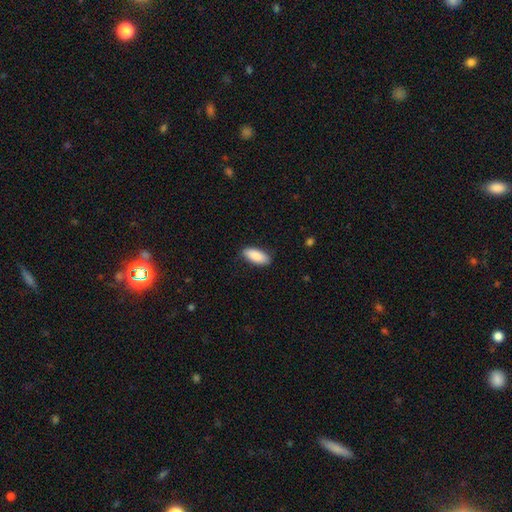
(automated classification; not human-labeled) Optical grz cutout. It shows a smooth galaxy with no disk features (88%) that is in between round and cigar-shaped (85%). Merging: none (86%).